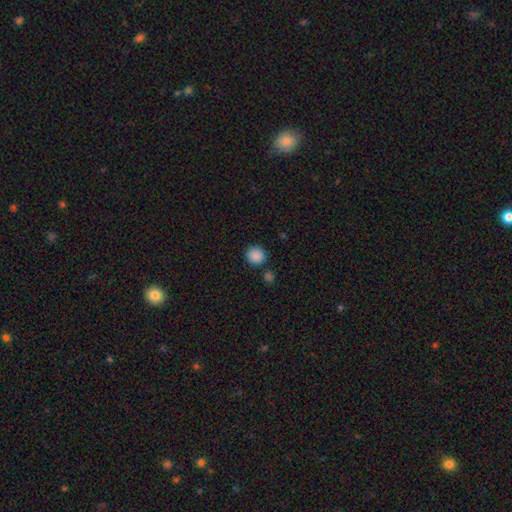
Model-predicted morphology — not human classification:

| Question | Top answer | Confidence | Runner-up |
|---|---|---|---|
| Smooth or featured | smooth | 88% | star or artifact (9%) |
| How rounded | round | 88% | in between (11%) |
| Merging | none | 82% | minor disturbance (9%) |